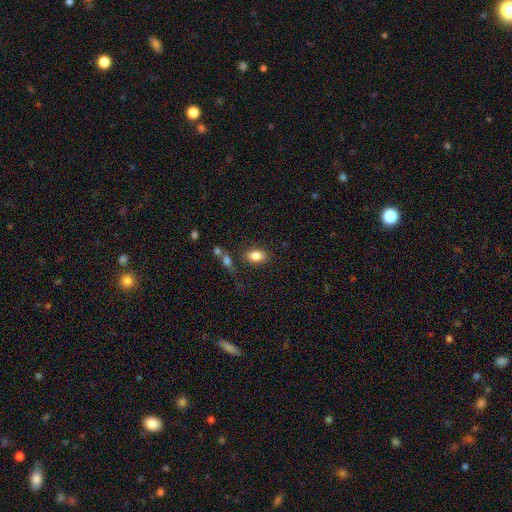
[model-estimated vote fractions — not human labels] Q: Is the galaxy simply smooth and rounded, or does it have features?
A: smooth — 85%.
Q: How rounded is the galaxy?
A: in between — 84%.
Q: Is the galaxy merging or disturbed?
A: none — 78%.